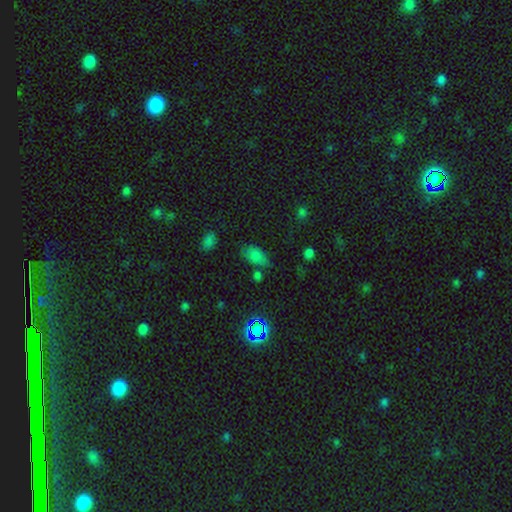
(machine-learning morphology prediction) type=smooth (72%); roundness=in between (90%); merging=none (61%).